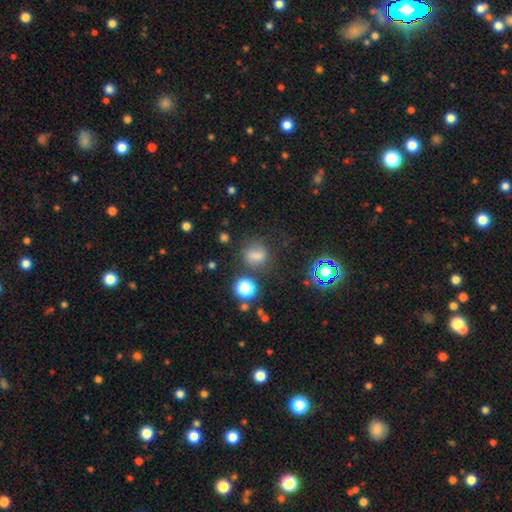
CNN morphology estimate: Smooth or featured?
  - smooth: 64% *
  - star or artifact: 25%
  - featured or disk: 11%
How rounded?
  - round: 53% *
  - in between: 43%
  - cigar-shaped: 3%
Merging?
  - none: 69% *
  - minor disturbance: 16%
  - major disturbance: 8%
  - merger: 7%